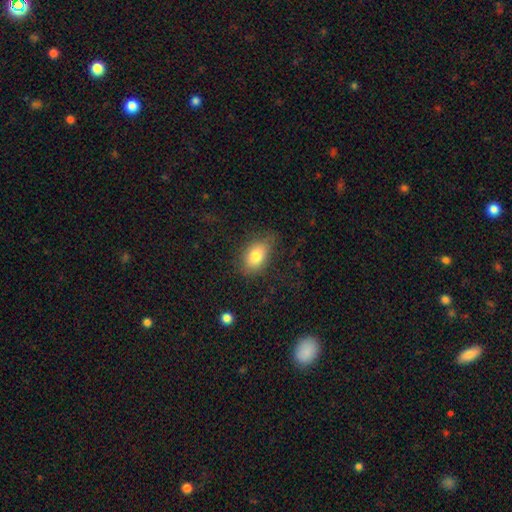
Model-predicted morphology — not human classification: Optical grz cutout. It shows a smooth galaxy with no disk features (79%) that is in between round and cigar-shaped (86%). Merging: none (72%).